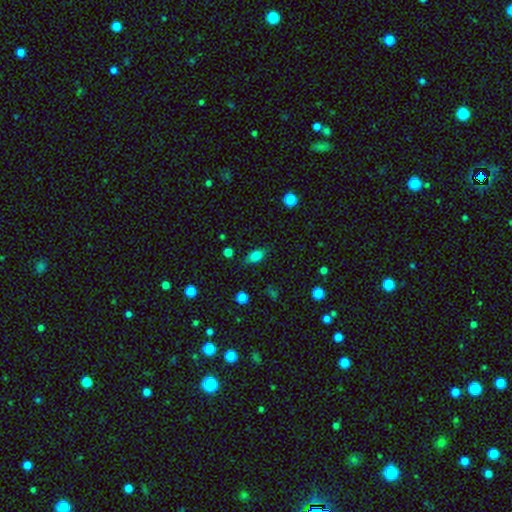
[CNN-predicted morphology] smooth 75%, featured or disk 16%, star or artifact 9%. Down the decision tree: how rounded — in between (81%); merging — none (80%).